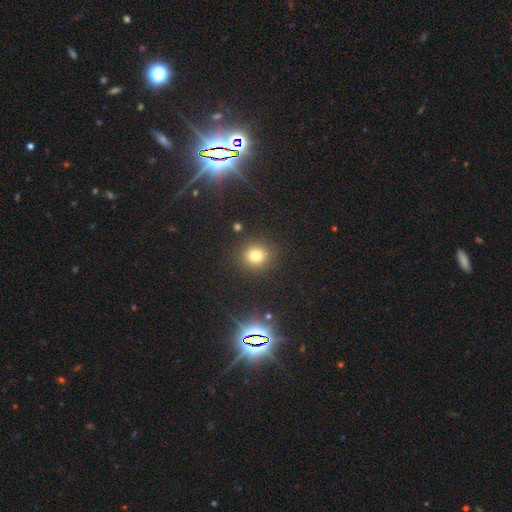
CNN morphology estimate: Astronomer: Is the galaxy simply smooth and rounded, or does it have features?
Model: smooth — 75%.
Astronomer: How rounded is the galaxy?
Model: round — 86%.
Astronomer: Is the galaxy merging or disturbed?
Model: none — 88%.